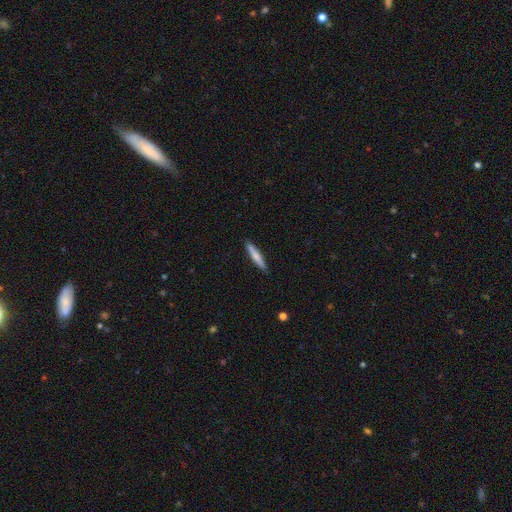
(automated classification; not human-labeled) Q: Smooth or featured?
A: smooth (66%); runner-up: featured or disk (28%)
Q: How rounded?
A: cigar-shaped (92%); runner-up: in between (6%)
Q: Merging?
A: none (90%); runner-up: minor disturbance (7%)